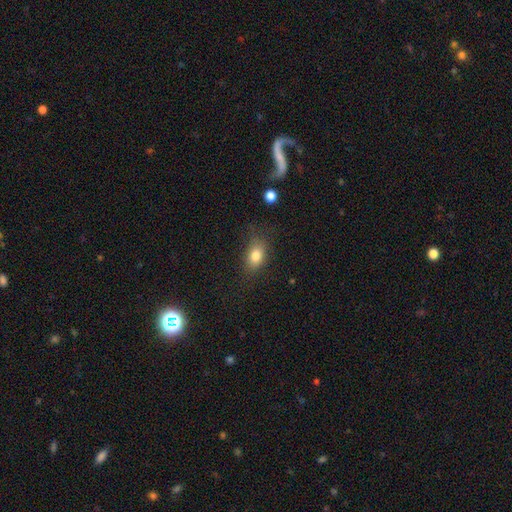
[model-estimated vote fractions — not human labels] Morphology: type=smooth (81%); roundness=in between (77%); merging=none (74%).